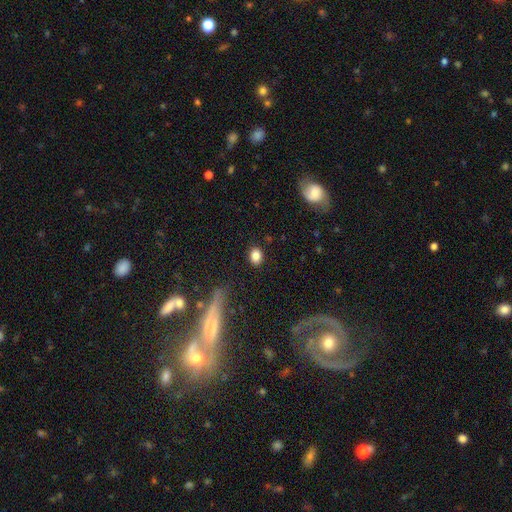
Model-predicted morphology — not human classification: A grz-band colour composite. It shows a smooth galaxy with no disk features (84%) that is in between round and cigar-shaped (57%). Merging: none (87%).